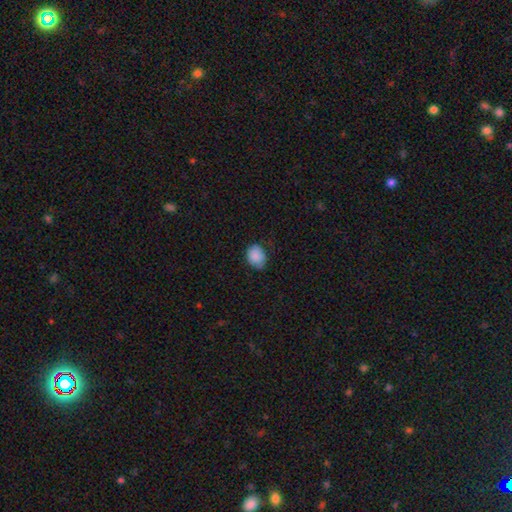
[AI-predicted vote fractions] The model was most divided on "how rounded": in between: 56%, round: 43%, cigar-shaped: 1%. More confident: smooth or featured — smooth (88%); merging — none (68%).